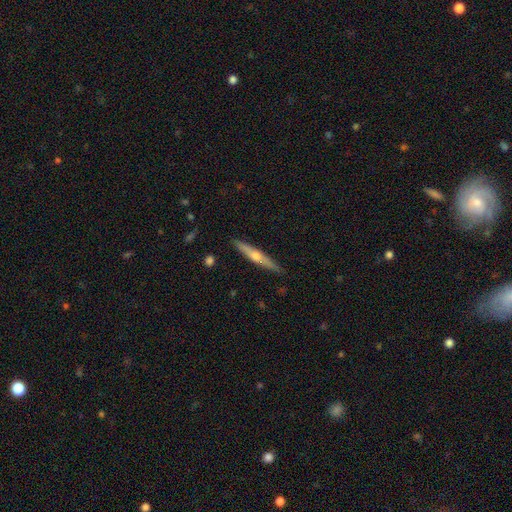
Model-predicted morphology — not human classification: Q: Smooth or featured?
A: featured or disk (64%); runner-up: smooth (30%)
Q: Edge-on disk?
A: yes (97%); runner-up: no (3%)
Q: Edge-on bulge?
A: rounded (88%); runner-up: none (8%)
Q: Merging?
A: none (89%); runner-up: minor disturbance (8%)